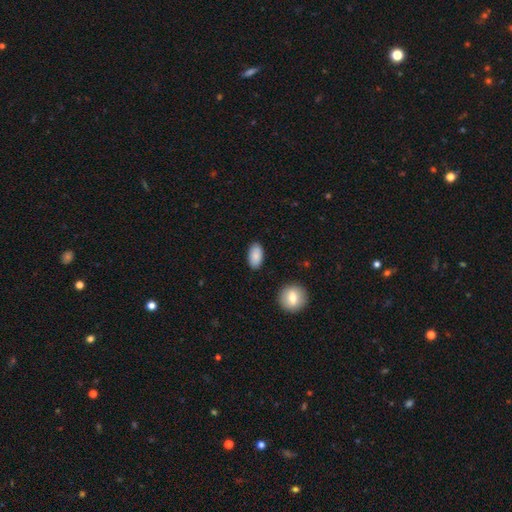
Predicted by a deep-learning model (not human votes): smooth_or_featured: smooth (p=0.86) [alt: featured or disk p=0.07]
how_rounded: in between (p=0.93) [alt: round p=0.04]
merging: none (p=0.87) [alt: minor disturbance p=0.09]